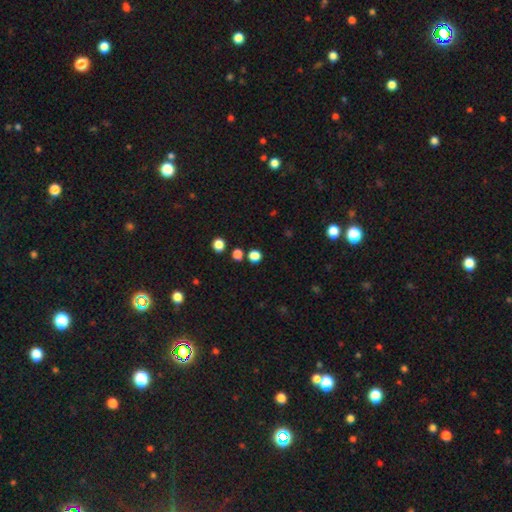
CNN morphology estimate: type=smooth (75%); roundness=round (84%); merging=none (81%).